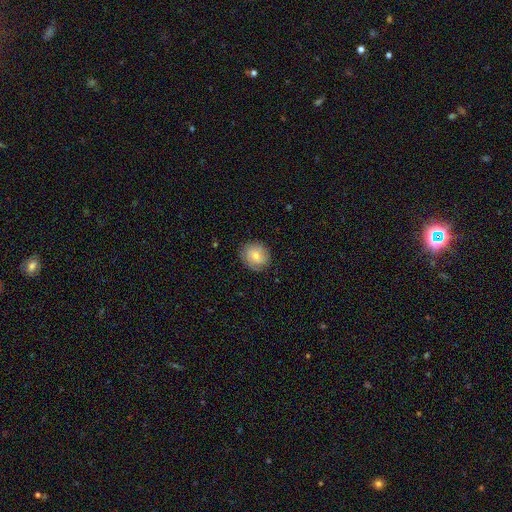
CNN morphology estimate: Overall: smooth (69%). How rounded: round (83%). Merging: none (82%).